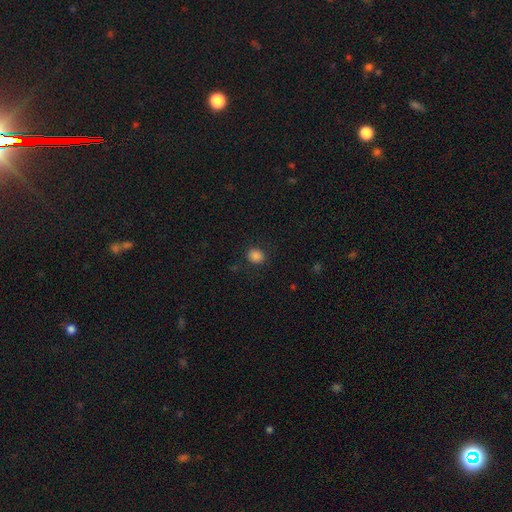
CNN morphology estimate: This appears to be a smooth galaxy with no disk features (85%) that is round (60%). Merging: none (86%).